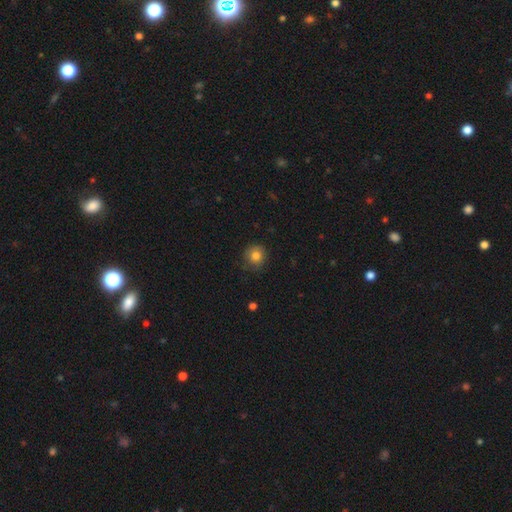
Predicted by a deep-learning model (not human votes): Overall: smooth (82%). How rounded: round (91%). Merging: none (83%).